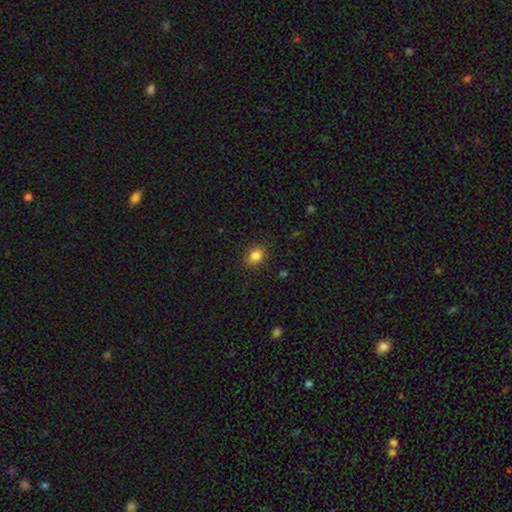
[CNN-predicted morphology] Smooth or featured?
  - smooth: 85% *
  - star or artifact: 11%
  - featured or disk: 5%
How rounded?
  - in between: 54% *
  - round: 45%
  - cigar-shaped: 1%
Merging?
  - none: 86% *
  - minor disturbance: 10%
  - major disturbance: 3%
  - merger: 1%